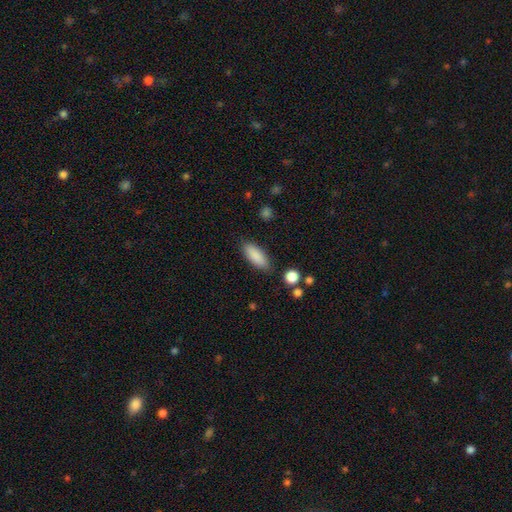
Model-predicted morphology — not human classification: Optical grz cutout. It shows a smooth galaxy with no disk features (88%) that is in between round and cigar-shaped (73%). Merging: none (85%).